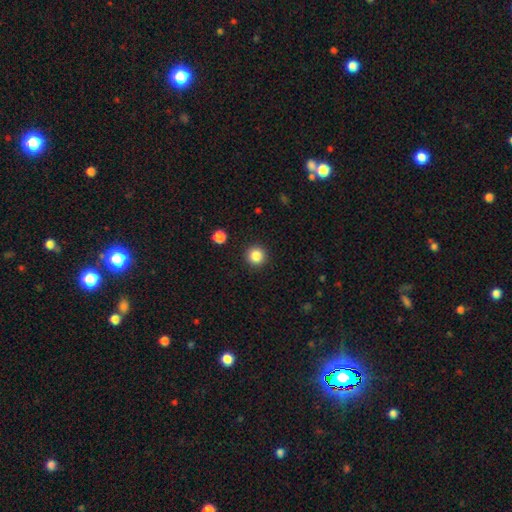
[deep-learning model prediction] Smooth or featured?
  - smooth: 85% *
  - star or artifact: 11%
  - featured or disk: 4%
How rounded?
  - round: 95% *
  - in between: 4%
  - cigar-shaped: 1%
Merging?
  - none: 92% *
  - minor disturbance: 5%
  - major disturbance: 2%
  - merger: 1%